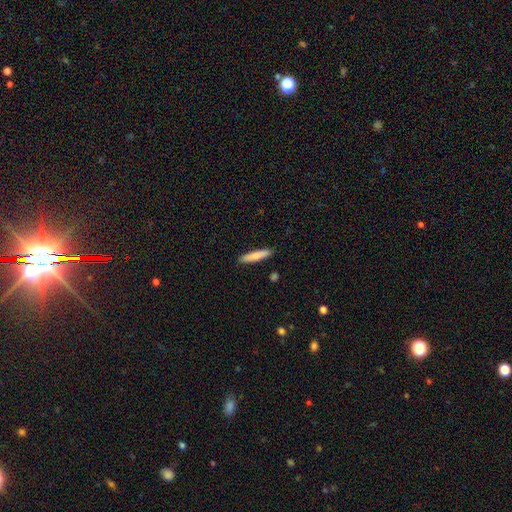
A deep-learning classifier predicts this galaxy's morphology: Overall: smooth (76%). How rounded: cigar-shaped (88%). Merging: none (90%).